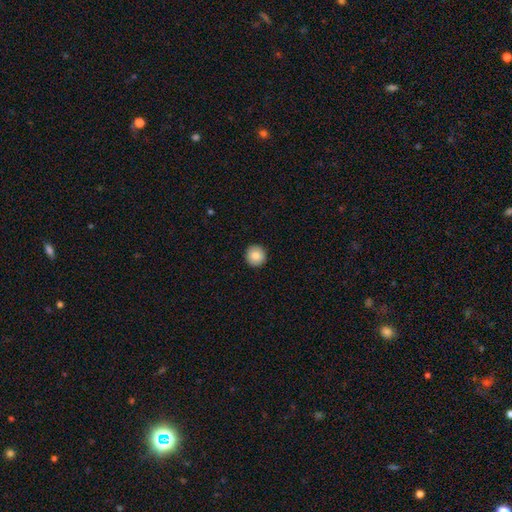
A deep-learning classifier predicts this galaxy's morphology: Q: Smooth or featured?
A: smooth (84%); runner-up: star or artifact (8%)
Q: How rounded?
A: round (95%); runner-up: in between (4%)
Q: Merging?
A: none (93%); runner-up: minor disturbance (5%)